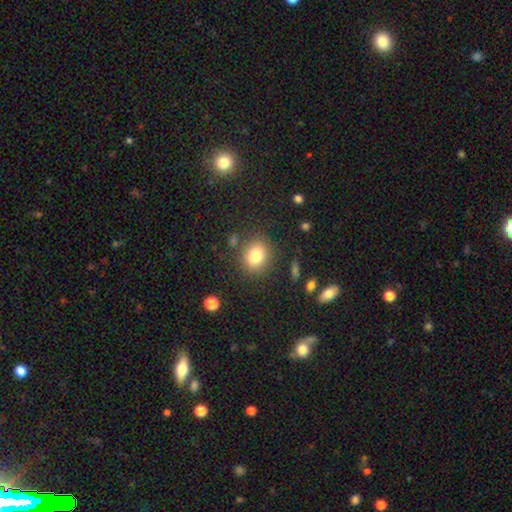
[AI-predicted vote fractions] A smooth galaxy with no disk features (80%) that is round (66%).

Vote fractions:
- Smooth or featured? smooth: 80% / star or artifact: 11% / featured or disk: 8%
- How rounded? round: 66% / in between: 33% / cigar-shaped: 1%
- Merging? none: 83% / minor disturbance: 10% / major disturbance: 4% / merger: 4%